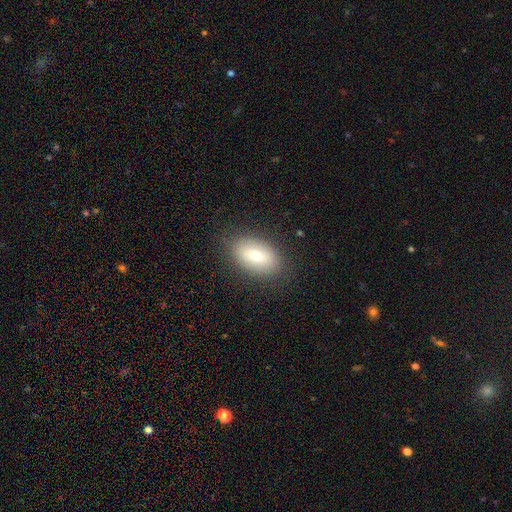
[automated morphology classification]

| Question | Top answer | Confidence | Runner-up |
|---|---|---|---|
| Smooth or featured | smooth | 74% | featured or disk (18%) |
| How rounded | in between | 90% | round (8%) |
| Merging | none | 83% | minor disturbance (12%) |